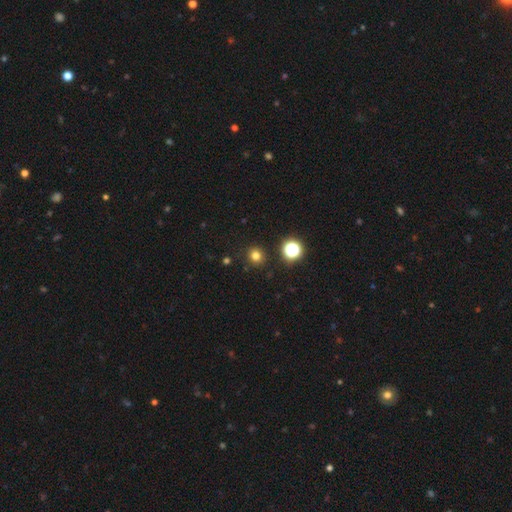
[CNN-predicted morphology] Q: Smooth or featured?
A: smooth (77%); runner-up: star or artifact (18%)
Q: How rounded?
A: round (91%); runner-up: in between (8%)
Q: Merging?
A: none (90%); runner-up: minor disturbance (6%)